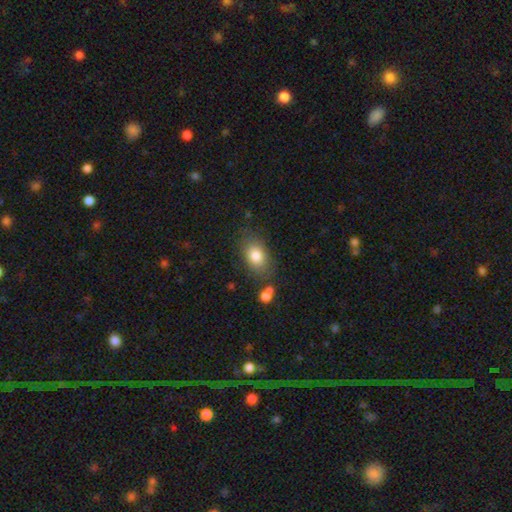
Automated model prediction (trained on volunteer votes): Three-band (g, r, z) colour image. It shows a smooth galaxy with no disk features (82%) that is in between round and cigar-shaped (82%). Merging: none (74%).